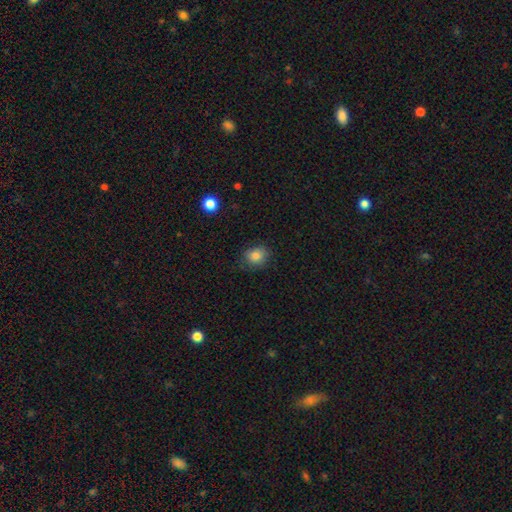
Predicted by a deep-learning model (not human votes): Smooth or featured? smooth (84%)
How rounded? round (65%)
Merging? none (78%)